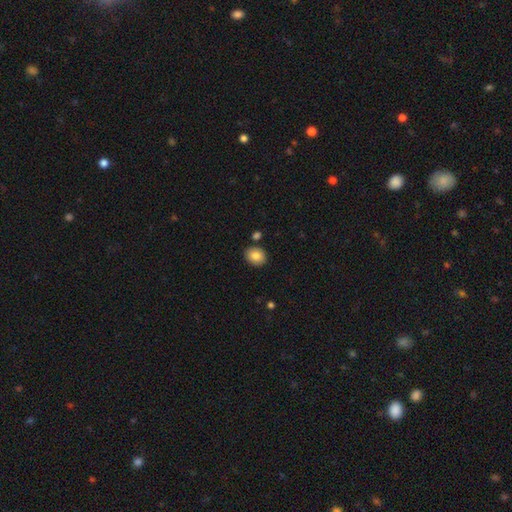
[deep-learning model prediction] smooth 84%, star or artifact 8%, featured or disk 7%. Down the decision tree: how rounded — round (57%); merging — none (84%).